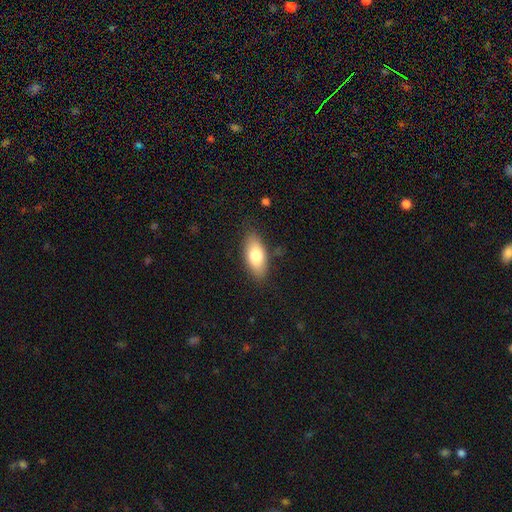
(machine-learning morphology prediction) The model was most divided on "smooth or featured": smooth: 77%, featured or disk: 16%, star or artifact: 6%. More confident: how rounded — in between (85%); merging — none (82%).